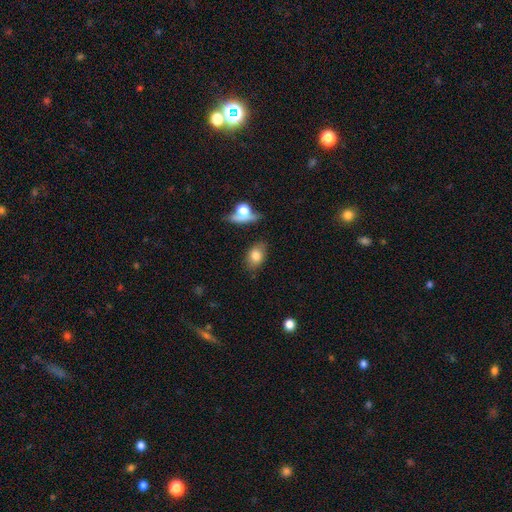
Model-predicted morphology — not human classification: type=smooth (78%); roundness=in between (79%); merging=none (74%).